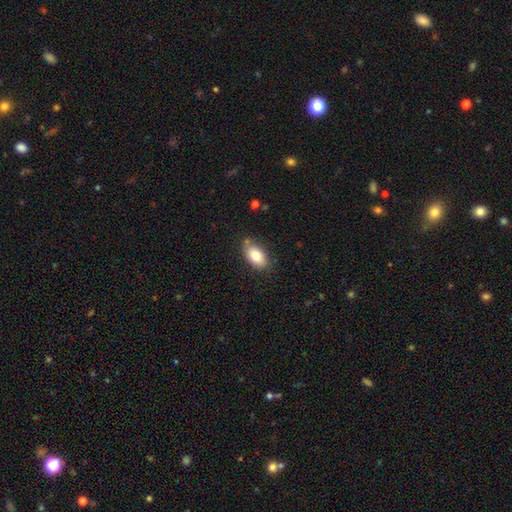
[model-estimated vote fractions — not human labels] This is clearly a smooth galaxy (81%). How rounded: clearly in between (92%). Merging: likely none (77%).